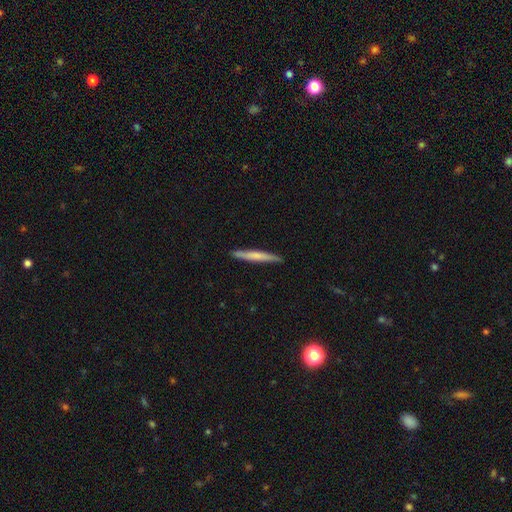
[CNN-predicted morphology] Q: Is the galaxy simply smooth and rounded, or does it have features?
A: smooth — 60%.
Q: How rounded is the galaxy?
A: cigar-shaped — 96%.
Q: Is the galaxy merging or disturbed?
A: none — 90%.